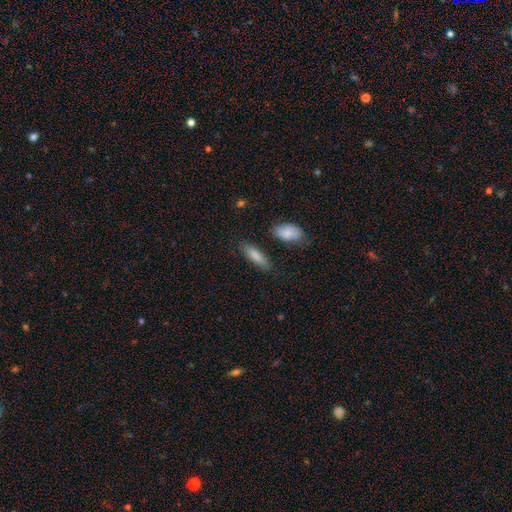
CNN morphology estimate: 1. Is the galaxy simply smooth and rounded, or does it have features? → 82% smooth, 12% featured or disk, 7% star or artifact.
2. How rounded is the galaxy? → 51% in between, 47% cigar-shaped, 2% round.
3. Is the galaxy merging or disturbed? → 80% none, 13% minor disturbance, 4% merger, 3% major disturbance.